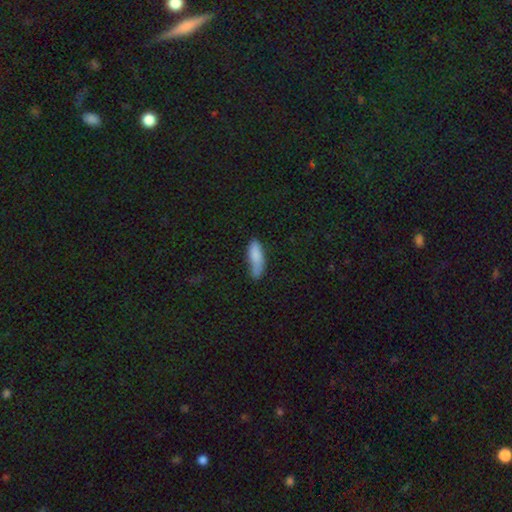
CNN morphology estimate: Smooth or featured? smooth (83%)
How rounded? in between (52%)
Merging? none (56%)